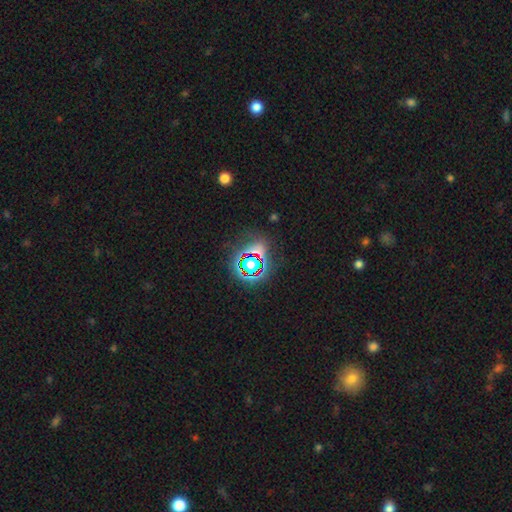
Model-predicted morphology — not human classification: smooth_or_featured: star or artifact (p=0.65) [alt: smooth p=0.22]